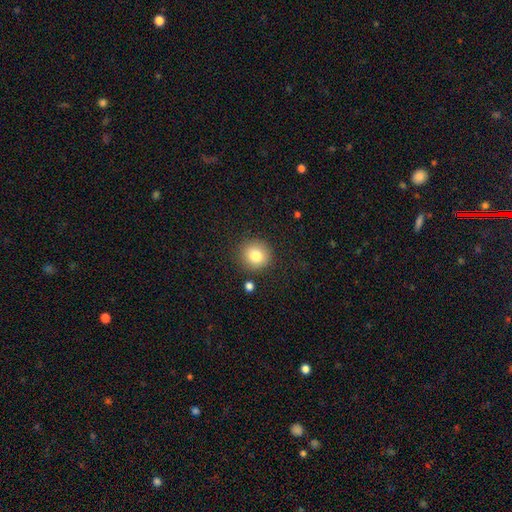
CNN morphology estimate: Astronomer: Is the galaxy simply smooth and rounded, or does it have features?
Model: smooth — 82%.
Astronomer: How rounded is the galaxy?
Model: round — 90%.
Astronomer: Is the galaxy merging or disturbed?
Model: none — 86%.